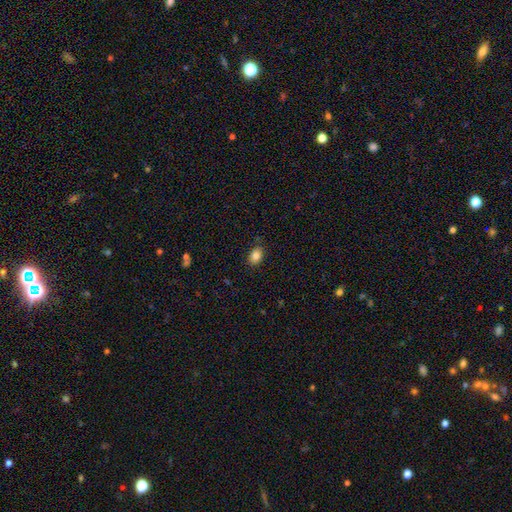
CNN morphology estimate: A smooth galaxy with no disk features (85%) that is in between round and cigar-shaped (80%).

Vote fractions:
- Smooth or featured? smooth: 85% / star or artifact: 9% / featured or disk: 6%
- How rounded? in between: 80% / round: 19% / cigar-shaped: 1%
- Merging? none: 86% / minor disturbance: 11% / major disturbance: 2% / merger: 1%